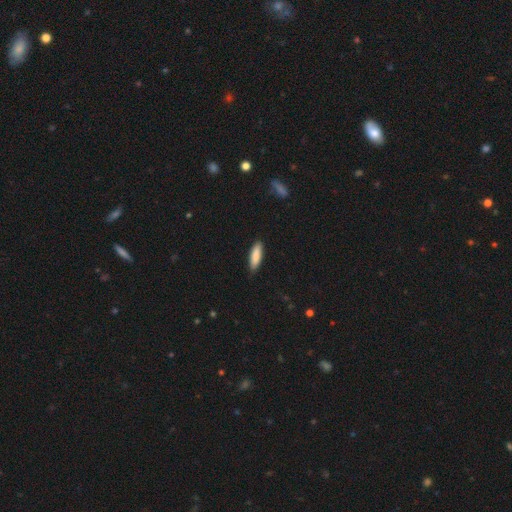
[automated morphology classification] The model was most divided on "how rounded": cigar-shaped: 58%, in between: 41%, round: 1%. More confident: merging — none (86%); smooth or featured — smooth (86%).